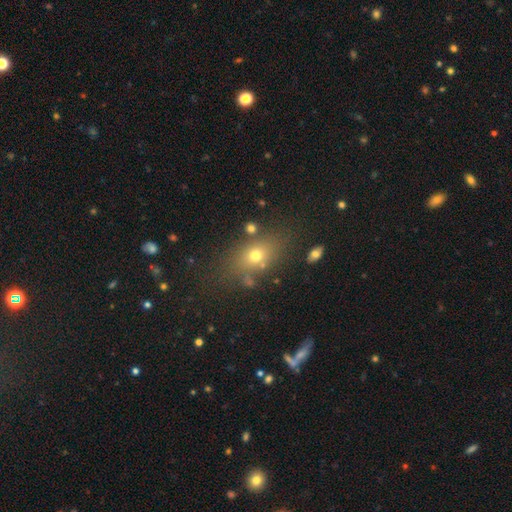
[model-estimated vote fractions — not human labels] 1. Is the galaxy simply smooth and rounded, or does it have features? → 66% smooth, 17% featured or disk, 17% star or artifact.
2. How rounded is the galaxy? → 66% in between, 30% round, 4% cigar-shaped.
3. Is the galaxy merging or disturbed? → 73% none, 14% minor disturbance, 7% merger, 6% major disturbance.